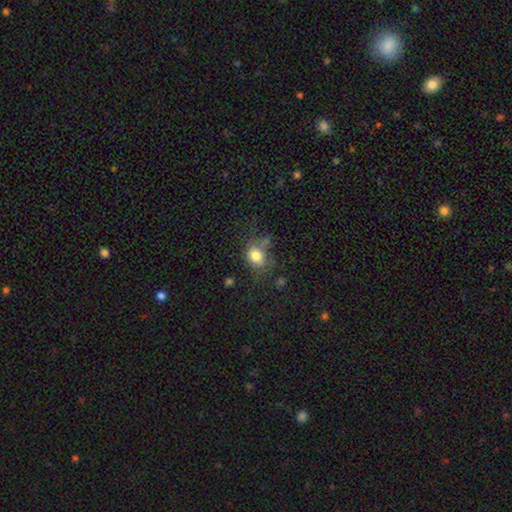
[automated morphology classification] Smooth or featured?
  - smooth: 76% *
  - featured or disk: 12%
  - star or artifact: 12%
How rounded?
  - in between: 52% *
  - round: 47%
  - cigar-shaped: 1%
Merging?
  - none: 44% *
  - minor disturbance: 27%
  - major disturbance: 22%
  - merger: 7%